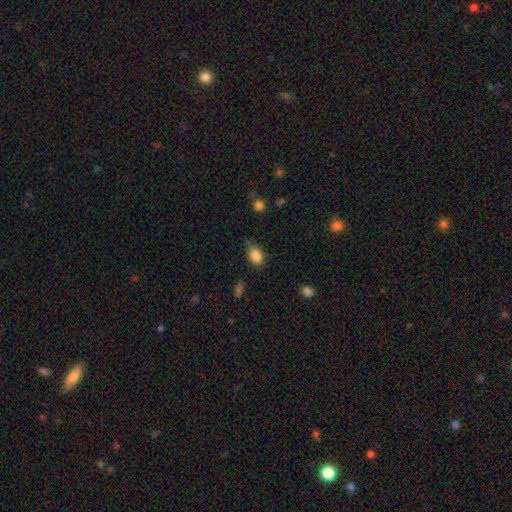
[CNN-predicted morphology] Smooth or featured? Predicted: smooth (p=0.86). How rounded? Predicted: in between (p=0.69). Merging? Predicted: none (p=0.72).